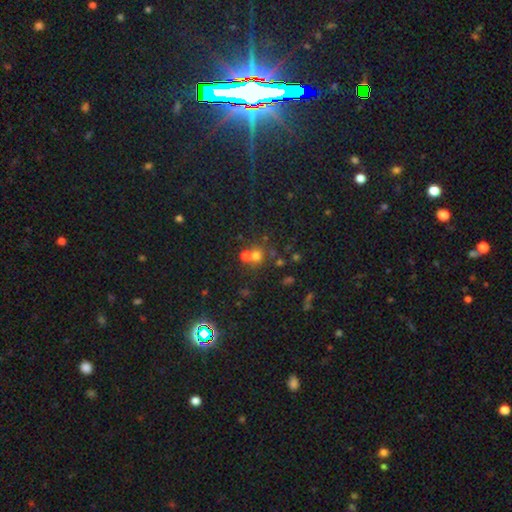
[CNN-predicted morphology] type=smooth (64%); roundness=round (87%); merging=none (53%).